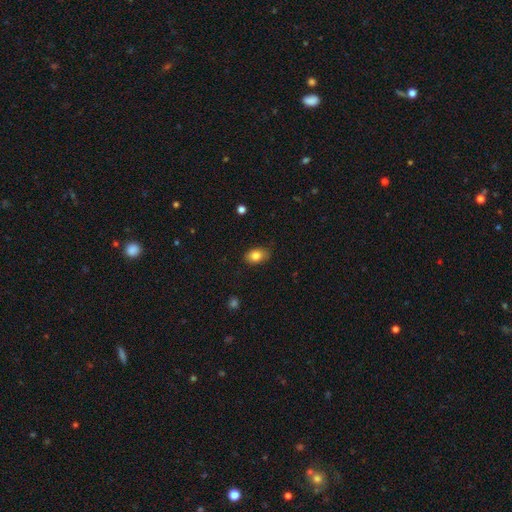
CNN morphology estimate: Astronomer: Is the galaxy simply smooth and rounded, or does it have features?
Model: smooth — 83%.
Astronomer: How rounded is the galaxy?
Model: in between — 81%.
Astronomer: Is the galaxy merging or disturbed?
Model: none — 81%.